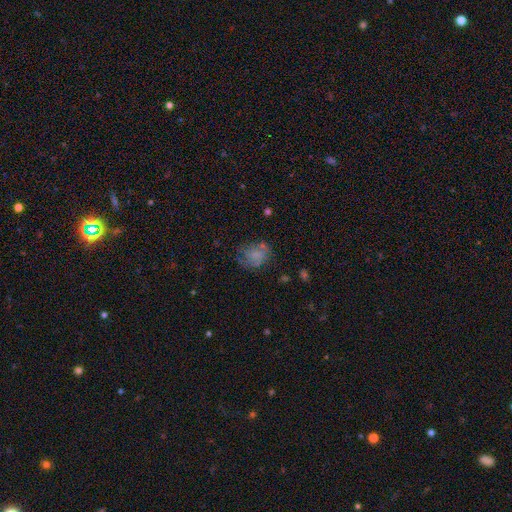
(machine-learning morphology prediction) The model was most divided on "how rounded": in between: 50%, round: 49%, cigar-shaped: 1%. More confident: smooth or featured — smooth (60%); merging — none (50%).